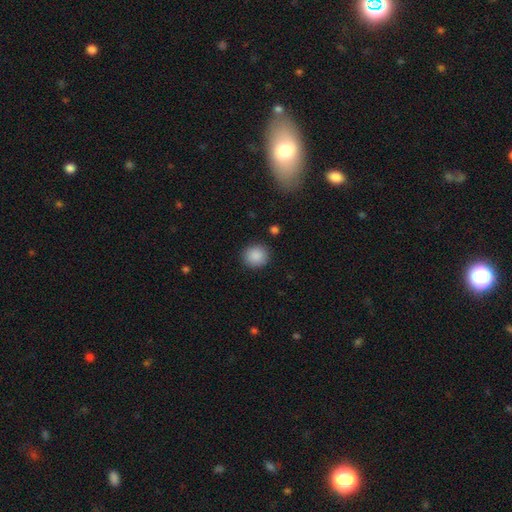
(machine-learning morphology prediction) Smooth or featured? Predicted: smooth (p=0.89). How rounded? Predicted: round (p=0.88). Merging? Predicted: none (p=0.90).